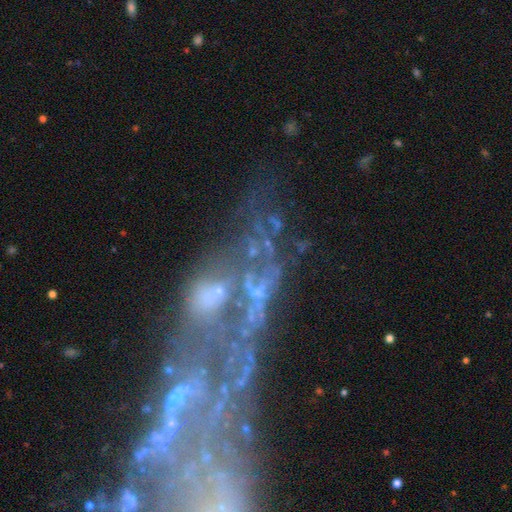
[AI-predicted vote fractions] Smooth or featured: featured or disk — 62% (star or artifact — 23%)
Edge-on disk: no — 90% (yes — 10%)
Bar: no — 74% (weak — 16%)
Spiral arms: no — 57% (yes — 43%)
Bulge size: none — 48% (small — 30%)
Merging: major disturbance — 32% (merger — 29%)